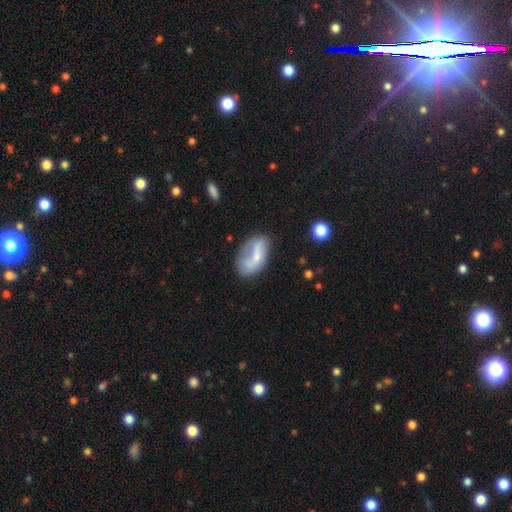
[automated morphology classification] Smooth or featured? Predicted: featured or disk (p=0.46, tied with smooth). Merging? Predicted: none (p=0.41).